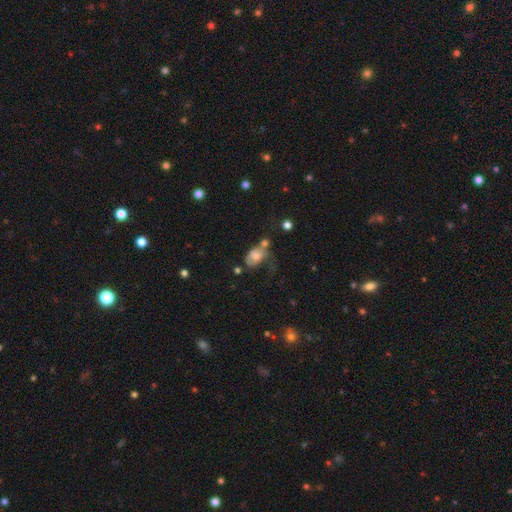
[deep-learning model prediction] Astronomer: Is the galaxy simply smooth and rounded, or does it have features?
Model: smooth — 60%.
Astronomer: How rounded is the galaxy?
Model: in between — 81%.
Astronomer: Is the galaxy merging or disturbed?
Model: merger — 29% (runner-up: major disturbance, 25%).